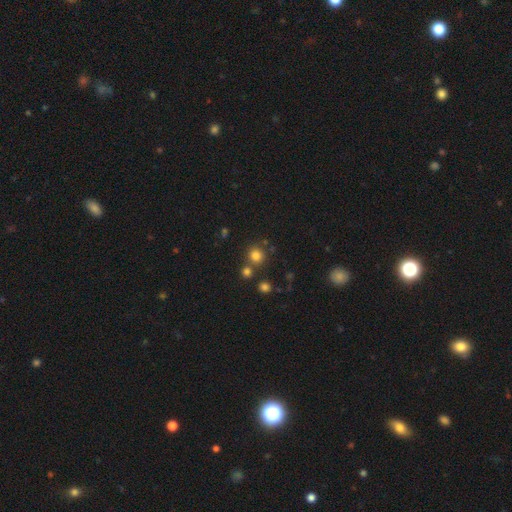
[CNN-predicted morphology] Smooth or featured? Predicted: smooth (p=0.78). How rounded? Predicted: round (p=0.88). Merging? Predicted: none (p=0.73).